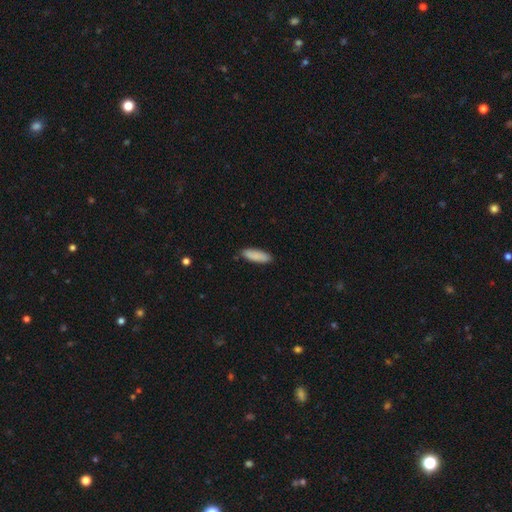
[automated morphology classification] A smooth galaxy with no disk features (88%) that is in between round and cigar-shaped (54%).

Vote fractions:
- Smooth or featured? smooth: 88% / featured or disk: 6% / star or artifact: 6%
- How rounded? in between: 54% / cigar-shaped: 45% / round: 2%
- Merging? none: 86% / minor disturbance: 11% / major disturbance: 2% / merger: 1%